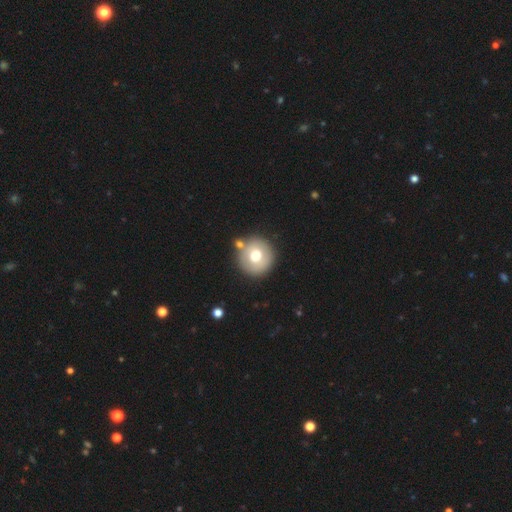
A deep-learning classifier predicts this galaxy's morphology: This is likely a smooth galaxy (68%). How rounded: clearly round (94%). Merging: likely none (78%).